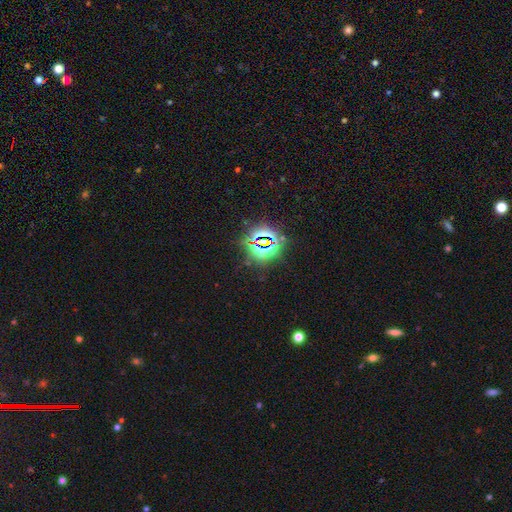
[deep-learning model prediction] A star or artifact, not a galaxy (81%).

Vote fractions:
- Smooth or featured? star or artifact: 81% / smooth: 12% / featured or disk: 7%